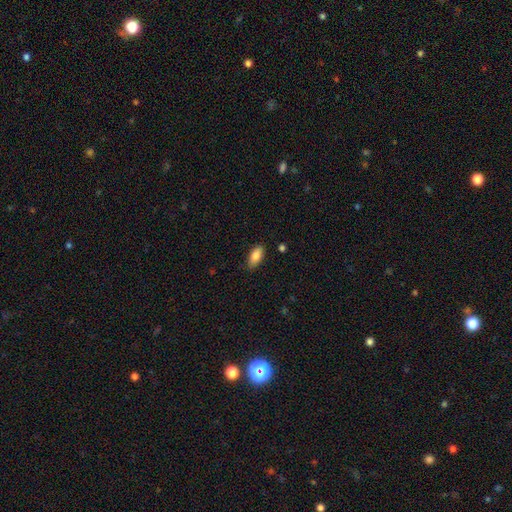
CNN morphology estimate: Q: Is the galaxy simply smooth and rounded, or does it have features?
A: smooth — 85%.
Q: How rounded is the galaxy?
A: in between — 88%.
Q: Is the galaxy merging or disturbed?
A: none — 85%.